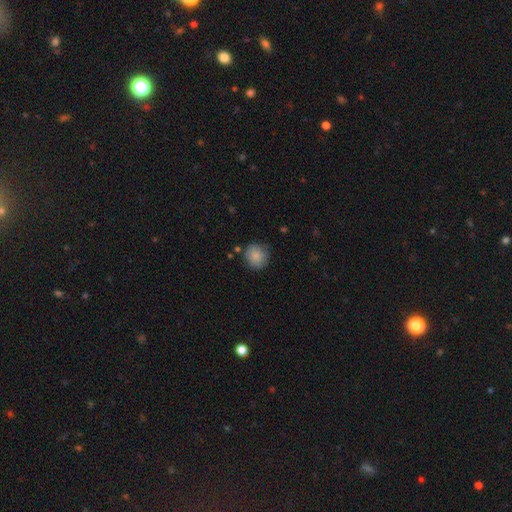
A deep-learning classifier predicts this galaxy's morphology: This appears to be a smooth galaxy with no disk features (85%) that is round (88%). Merging: none (79%).